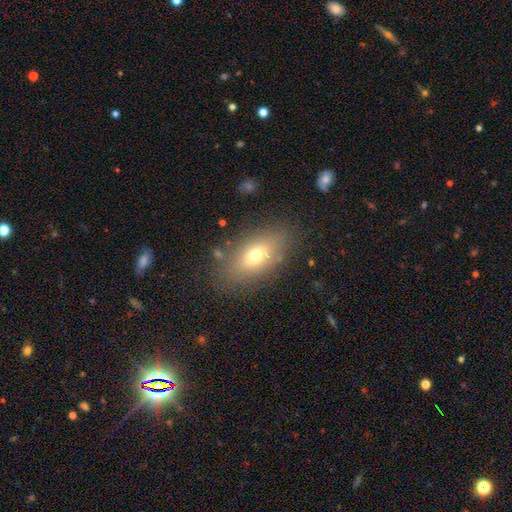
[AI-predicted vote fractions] This is likely a smooth galaxy (67%). How rounded: clearly in between (84%). Merging: clearly none (82%).